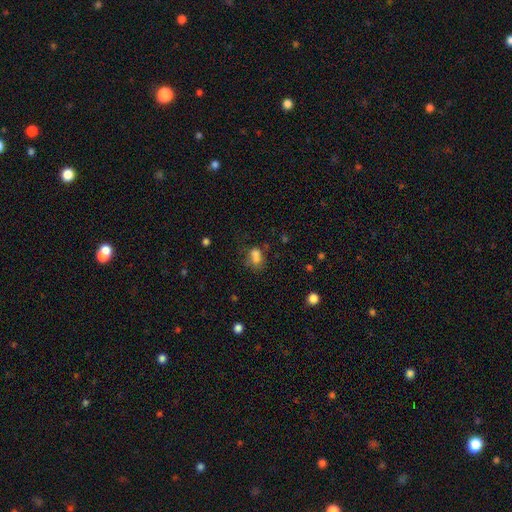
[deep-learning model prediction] Q: Smooth or featured?
A: smooth (70%); runner-up: star or artifact (15%)
Q: How rounded?
A: in between (67%); runner-up: round (31%)
Q: Merging?
A: none (36%); runner-up: merger (33%)